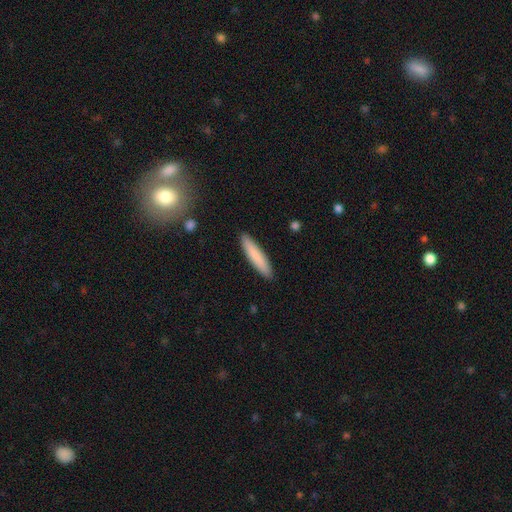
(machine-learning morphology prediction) This appears to be a smooth galaxy with no disk features (82%) that is cigar-shaped (88%). Merging: none (90%).